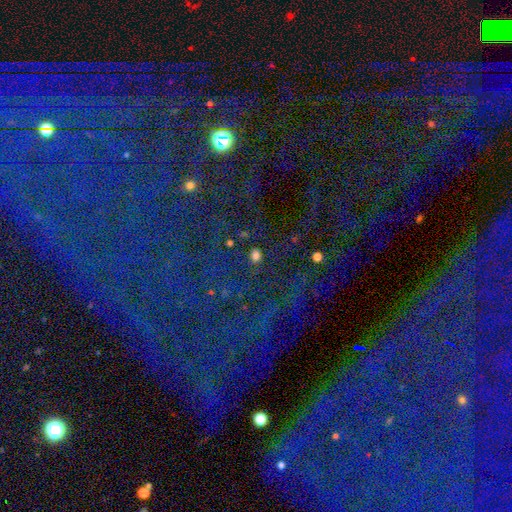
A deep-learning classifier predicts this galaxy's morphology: A smooth galaxy with no disk features (71%) that is in between round and cigar-shaped (55%).

Vote fractions:
- Smooth or featured? smooth: 71% / star or artifact: 24% / featured or disk: 6%
- How rounded? in between: 55% / round: 43% / cigar-shaped: 2%
- Merging? none: 84% / minor disturbance: 10% / major disturbance: 4% / merger: 3%